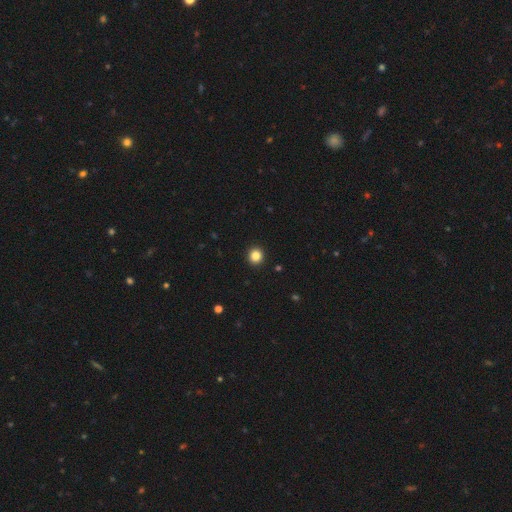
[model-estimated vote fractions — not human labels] This appears to be a smooth galaxy with no disk features (85%) that is round (92%). Merging: none (94%).